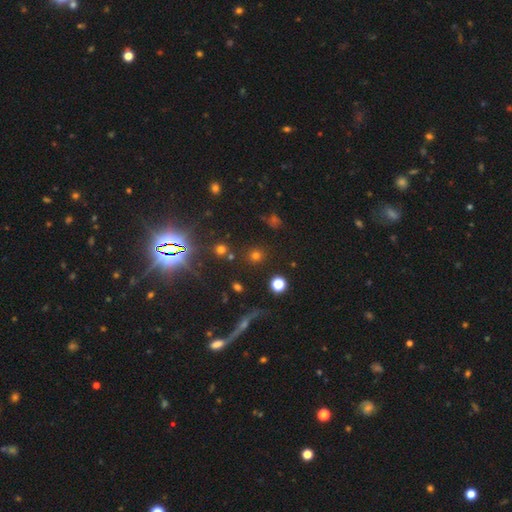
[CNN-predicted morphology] smooth_or_featured: smooth (p=0.52) [alt: star or artifact p=0.39]
how_rounded: round (p=0.90) [alt: in between p=0.08]
merging: none (p=0.85) [alt: minor disturbance p=0.07]